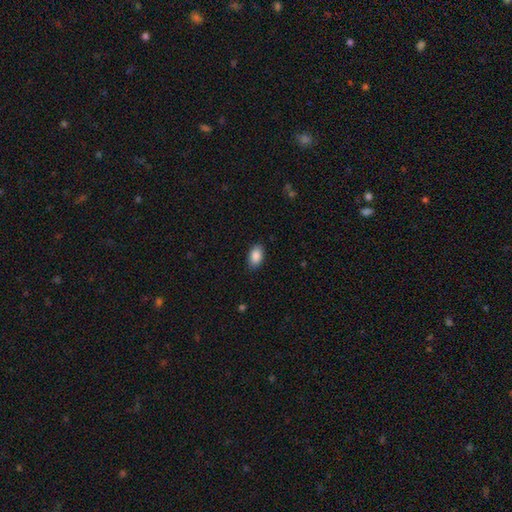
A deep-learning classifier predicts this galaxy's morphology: A smooth galaxy with no disk features (89%) that is in between round and cigar-shaped (92%). Merging: none (86%).